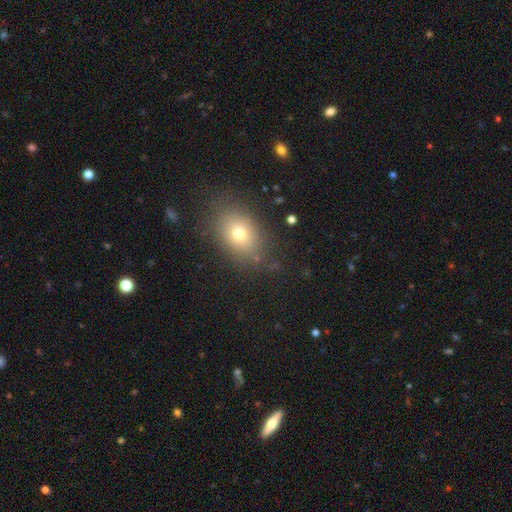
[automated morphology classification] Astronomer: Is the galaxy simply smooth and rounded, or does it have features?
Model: smooth — 65%.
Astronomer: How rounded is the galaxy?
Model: in between — 68%.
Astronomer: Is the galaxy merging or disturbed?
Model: none — 80%.